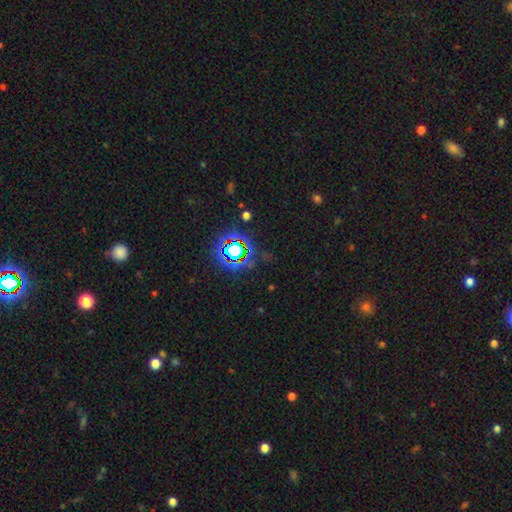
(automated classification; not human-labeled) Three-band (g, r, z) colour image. It shows a star or artifact, not a galaxy (78%).